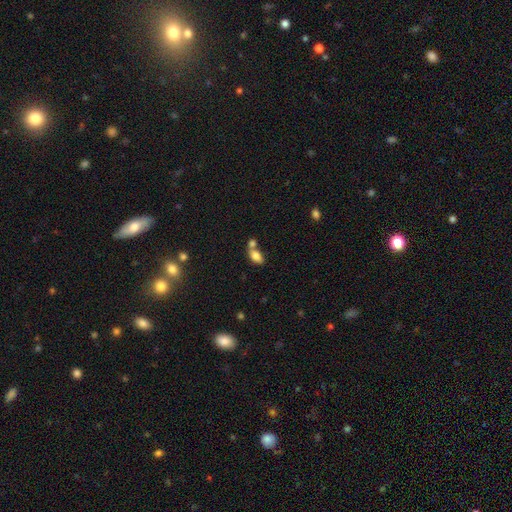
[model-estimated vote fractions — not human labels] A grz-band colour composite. It shows a smooth galaxy with no disk features (78%) that is in between round and cigar-shaped (88%). Merging: merger (45%).